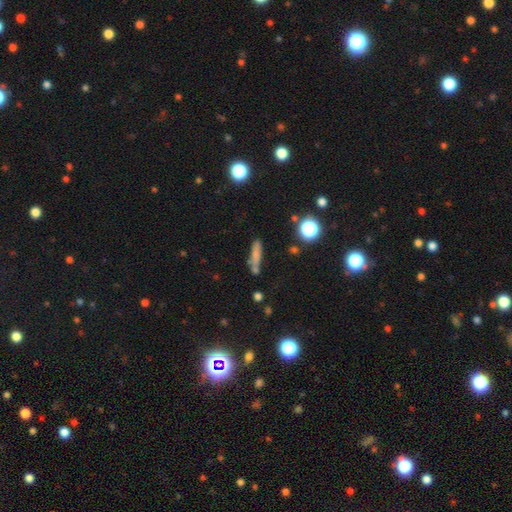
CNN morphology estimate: The model was most divided on "smooth or featured": smooth: 67%, featured or disk: 19%, star or artifact: 14%. More confident: how rounded — cigar-shaped (80%); merging — none (67%).